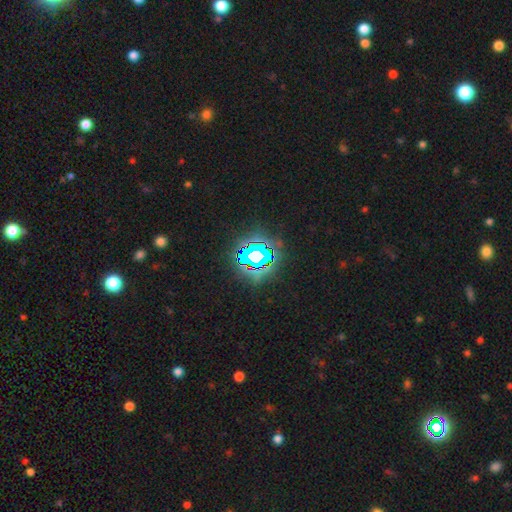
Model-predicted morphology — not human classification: Overall: star or artifact (72%).